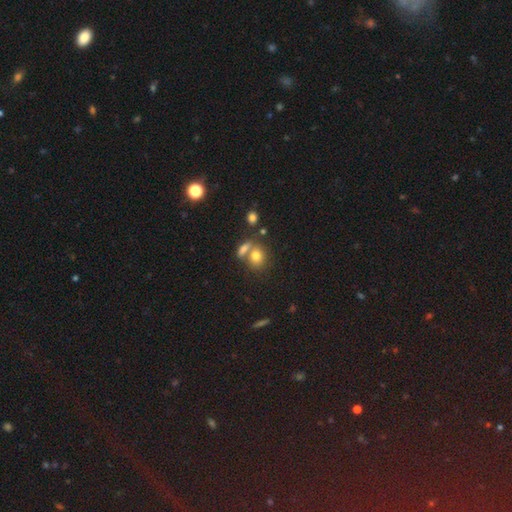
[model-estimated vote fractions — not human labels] smooth-or-featured: smooth: 77% | featured or disk: 12% | star or artifact: 11%
  how-rounded: round: 55% | in between: 43% | cigar-shaped: 2%
  merging: none: 48% | merger: 37% | minor disturbance: 10% | major disturbance: 4%